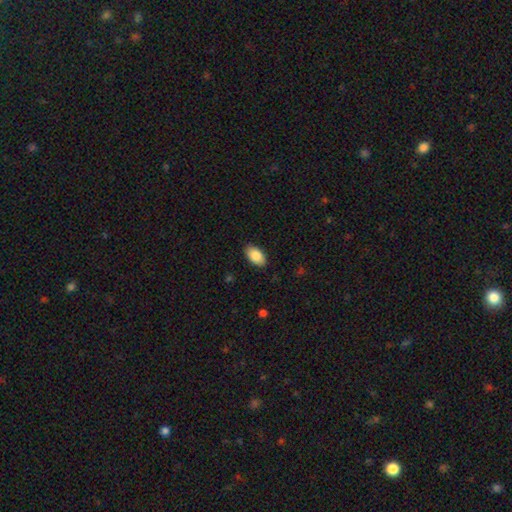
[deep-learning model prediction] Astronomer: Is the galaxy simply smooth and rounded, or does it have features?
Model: smooth — 87%.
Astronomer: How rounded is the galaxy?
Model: in between — 94%.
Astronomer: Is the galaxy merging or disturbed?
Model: none — 88%.